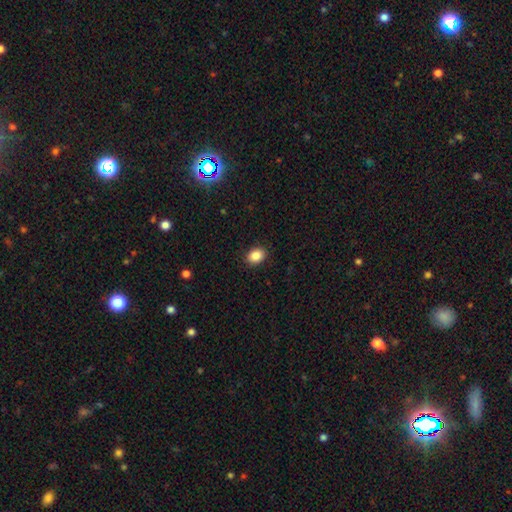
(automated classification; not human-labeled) Overall: smooth (87%). How rounded: in between (65%; round 34%). Merging: none (90%).